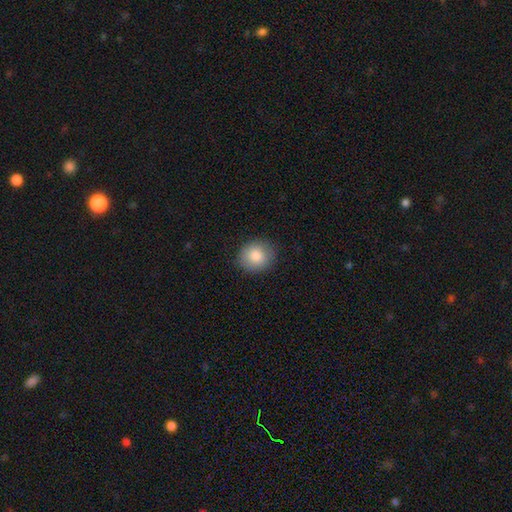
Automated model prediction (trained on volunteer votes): Overall: smooth (83%). How rounded: round (79%). Merging: none (87%).